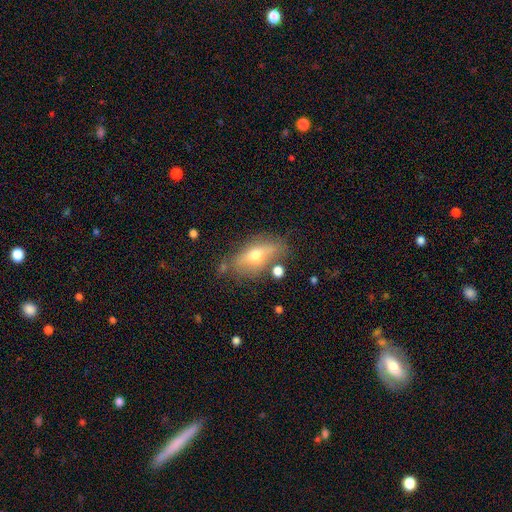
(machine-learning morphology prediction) smooth-or-featured: smooth: 52% | featured or disk: 40% | star or artifact: 8%
  how-rounded: in between: 76% | cigar-shaped: 17% | round: 7%
  merging: none: 69% | minor disturbance: 18% | major disturbance: 7% | merger: 6%